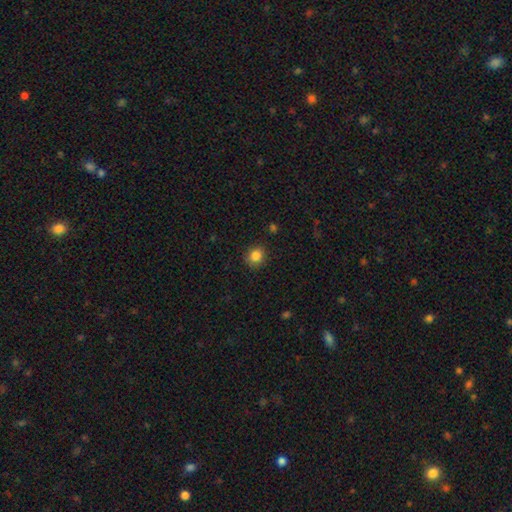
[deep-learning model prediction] Overall: smooth (85%). How rounded: round (76%). Merging: none (87%).